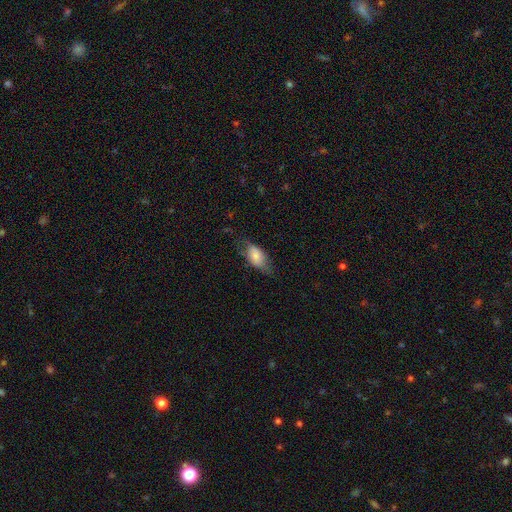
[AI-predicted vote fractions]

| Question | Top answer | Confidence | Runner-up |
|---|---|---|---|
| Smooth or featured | smooth | 66% | featured or disk (27%) |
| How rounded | in between | 87% | cigar-shaped (6%) |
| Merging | none | 57% | minor disturbance (28%) |